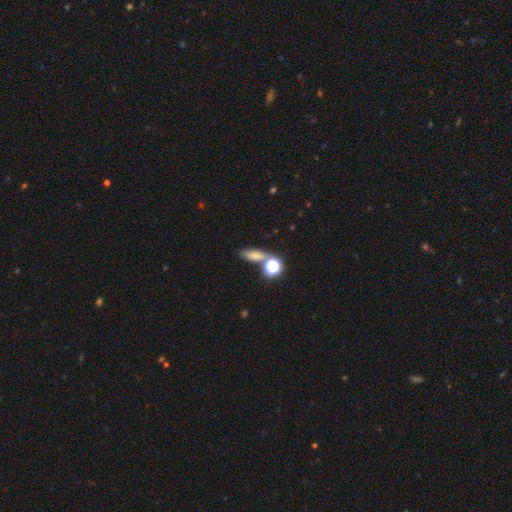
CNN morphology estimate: This appears to be a smooth galaxy with no disk features (70%) that is in between round and cigar-shaped (59%). Merging: none (62%).